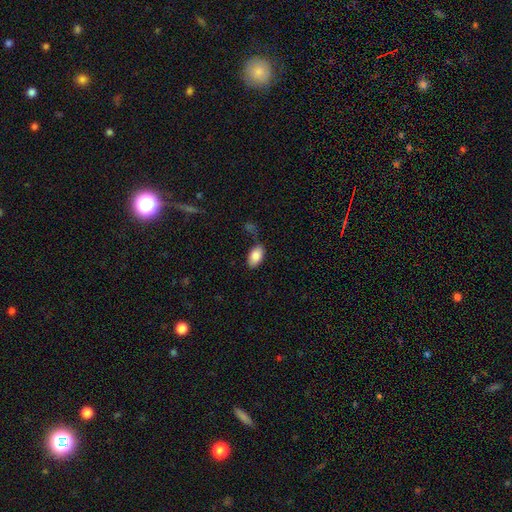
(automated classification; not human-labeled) Morphology: type=smooth (84%); roundness=in between (94%); merging=none (74%).